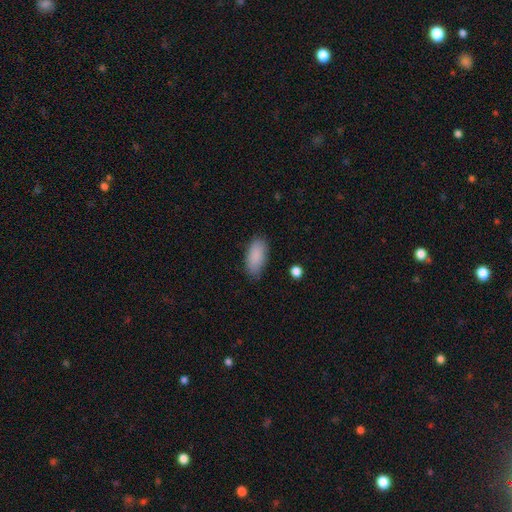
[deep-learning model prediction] smooth_or_featured: smooth (p=0.88) [alt: star or artifact p=0.07]
how_rounded: in between (p=0.89) [alt: cigar-shaped p=0.09]
merging: none (p=0.80) [alt: minor disturbance p=0.16]